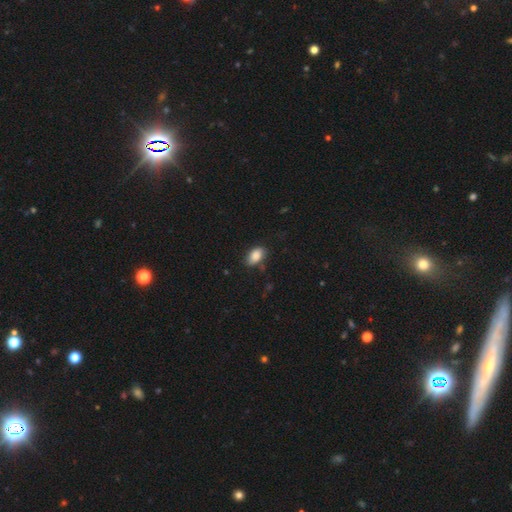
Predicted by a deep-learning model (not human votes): Smooth or featured: smooth — 85% (star or artifact — 7%)
How rounded: in between — 90% (round — 8%)
Merging: none — 74% (minor disturbance — 20%)